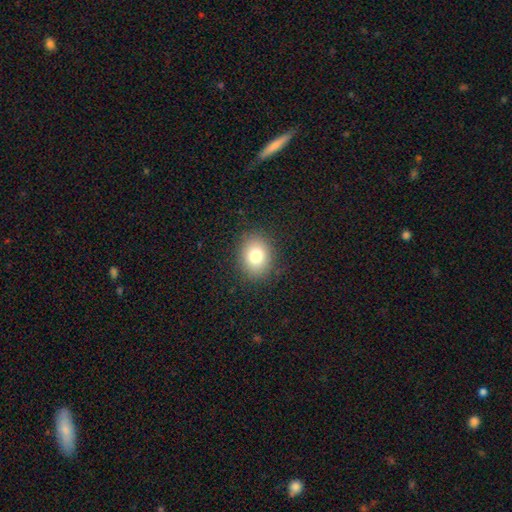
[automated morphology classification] Smooth or featured? Predicted: smooth (p=0.79). How rounded? Predicted: round (p=0.53). Merging? Predicted: none (p=0.87).